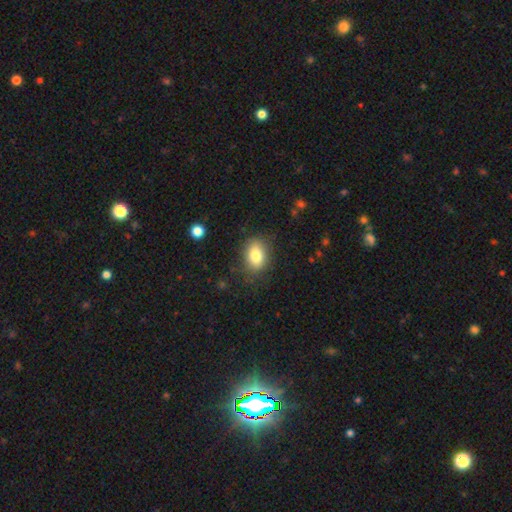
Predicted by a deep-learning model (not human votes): A smooth galaxy with no disk features (81%) that is in between round and cigar-shaped (75%). Merging: none (79%).